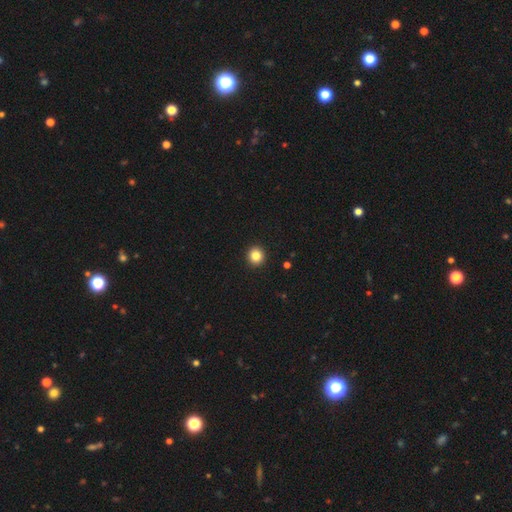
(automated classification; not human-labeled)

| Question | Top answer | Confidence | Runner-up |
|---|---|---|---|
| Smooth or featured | smooth | 84% | star or artifact (11%) |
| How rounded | round | 93% | in between (6%) |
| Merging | none | 94% | minor disturbance (4%) |